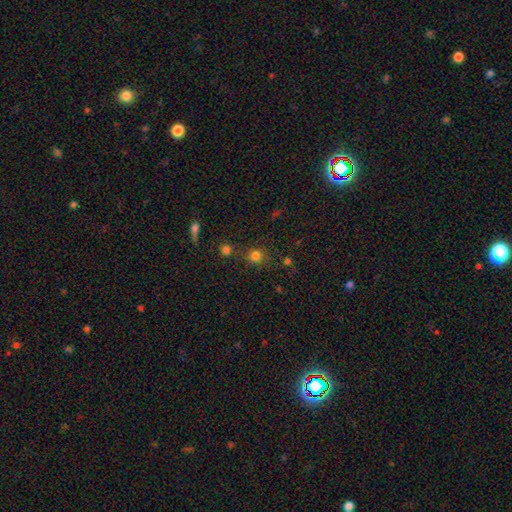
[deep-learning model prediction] Morphology: type=smooth (77%); roundness=round (87%); merging=none (73%).